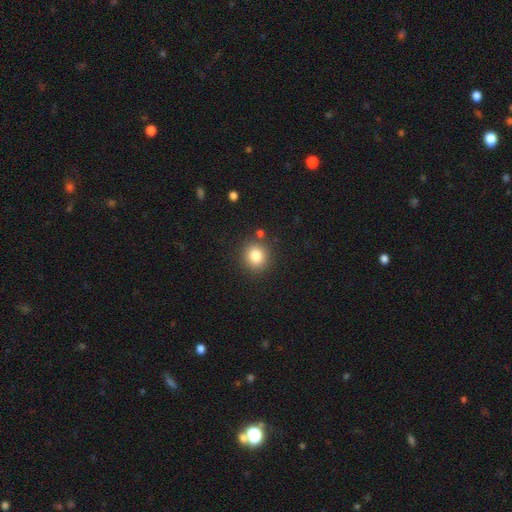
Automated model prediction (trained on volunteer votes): Smooth or featured? Predicted: smooth (p=0.81). How rounded? Predicted: round (p=0.85). Merging? Predicted: none (p=0.86).